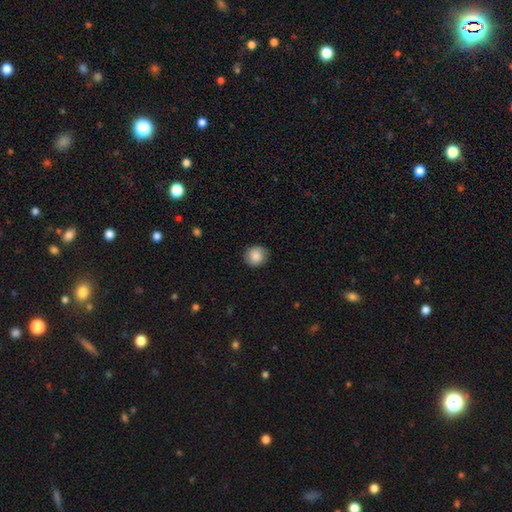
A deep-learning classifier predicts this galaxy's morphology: This is clearly a smooth galaxy (86%). How rounded: clearly round (88%). Merging: clearly none (87%).